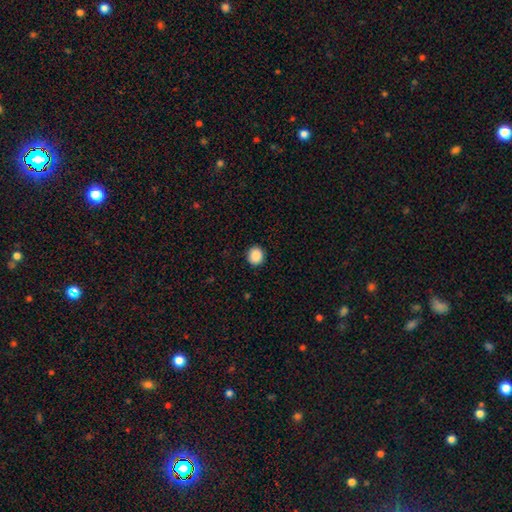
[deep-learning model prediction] Overall: smooth (89%). How rounded: round (87%). Merging: none (91%).